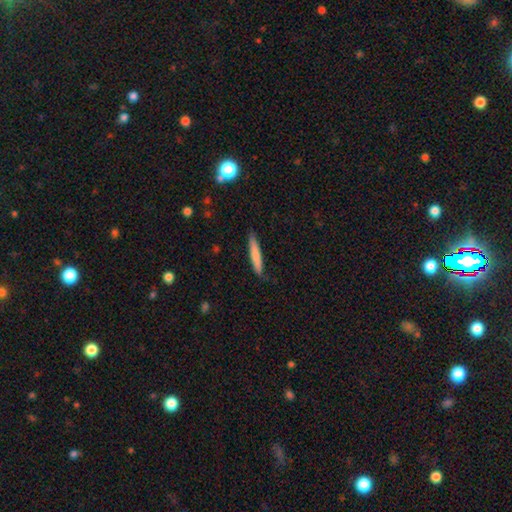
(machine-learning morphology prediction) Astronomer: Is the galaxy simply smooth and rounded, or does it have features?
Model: smooth — 75%.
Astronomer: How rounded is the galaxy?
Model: cigar-shaped — 93%.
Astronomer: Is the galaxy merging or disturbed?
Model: none — 84%.